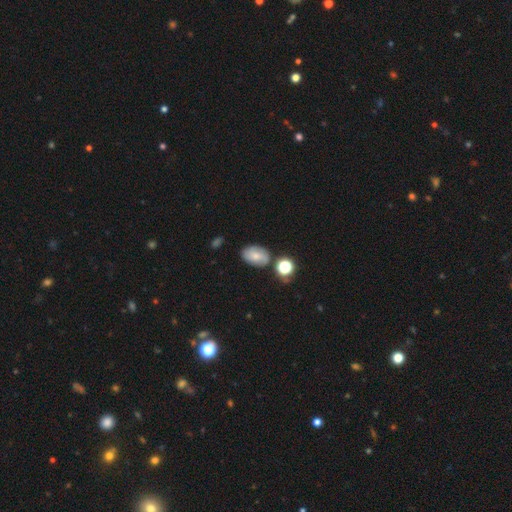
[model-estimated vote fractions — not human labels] Overall: smooth (62%; featured or disk 27%). How rounded: in between (83%). Merging: none (70%).